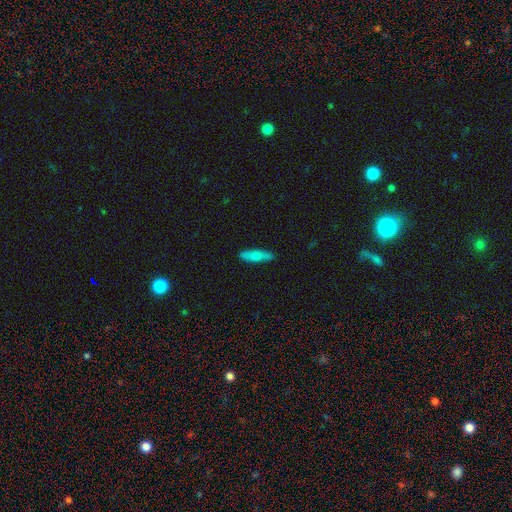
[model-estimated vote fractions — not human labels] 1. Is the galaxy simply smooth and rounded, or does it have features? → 63% smooth, 31% featured or disk, 6% star or artifact.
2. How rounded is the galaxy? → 65% cigar-shaped, 33% in between, 2% round.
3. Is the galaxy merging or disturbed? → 87% none, 10% minor disturbance, 2% major disturbance, 1% merger.